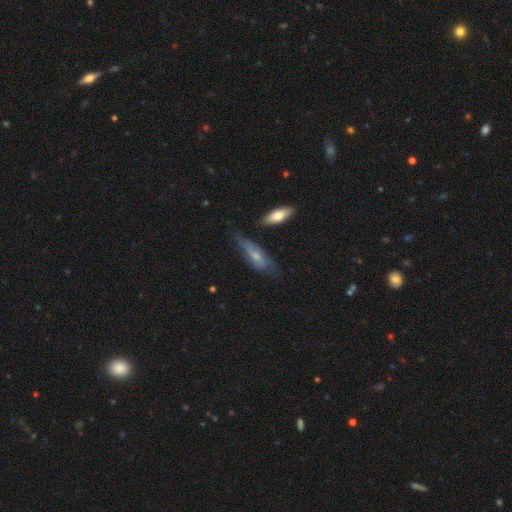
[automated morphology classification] Smooth or featured: featured or disk — 48% (smooth — 45%)
Merging: none — 55% (minor disturbance — 30%)